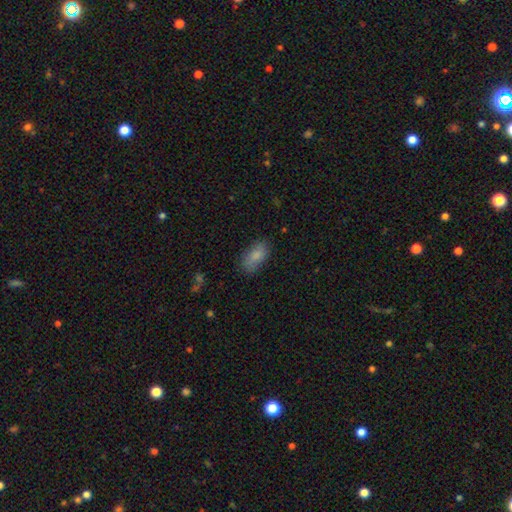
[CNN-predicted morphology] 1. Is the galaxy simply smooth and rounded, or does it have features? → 84% smooth, 9% featured or disk, 7% star or artifact.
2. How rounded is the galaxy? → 90% in between, 6% cigar-shaped, 3% round.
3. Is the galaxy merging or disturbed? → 80% none, 15% minor disturbance, 4% major disturbance, 1% merger.